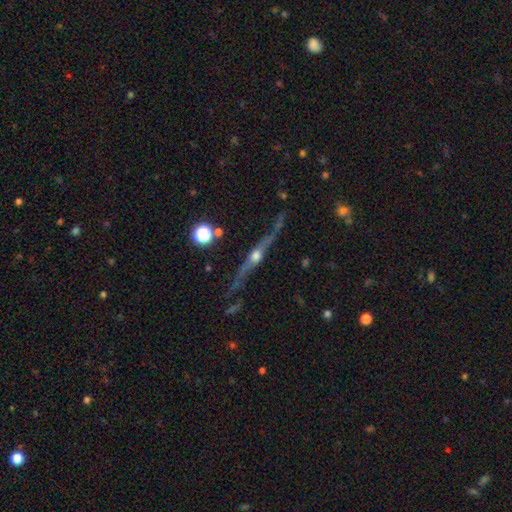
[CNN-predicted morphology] smooth-or-featured: featured or disk: 83% | smooth: 9% | star or artifact: 7%
  disk-edge-on: yes: 94% | no: 6%
    edge-on-bulge: rounded: 94% | boxy: 3% | none: 3%
  merging: none: 75% | minor disturbance: 16% | major disturbance: 5% | merger: 4%